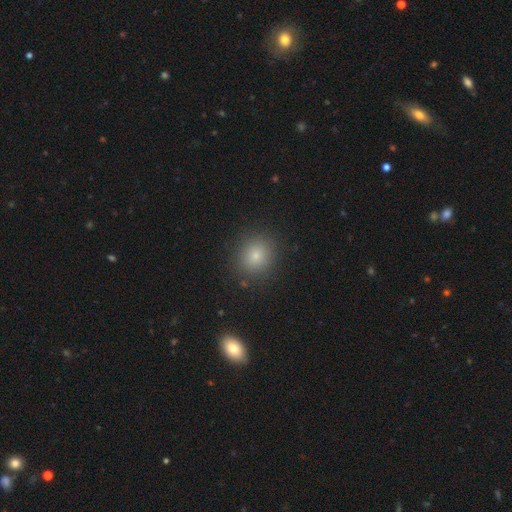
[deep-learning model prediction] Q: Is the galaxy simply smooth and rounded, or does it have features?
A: smooth — 79%.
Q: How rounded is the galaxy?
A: round — 79%.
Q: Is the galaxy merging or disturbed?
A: none — 87%.